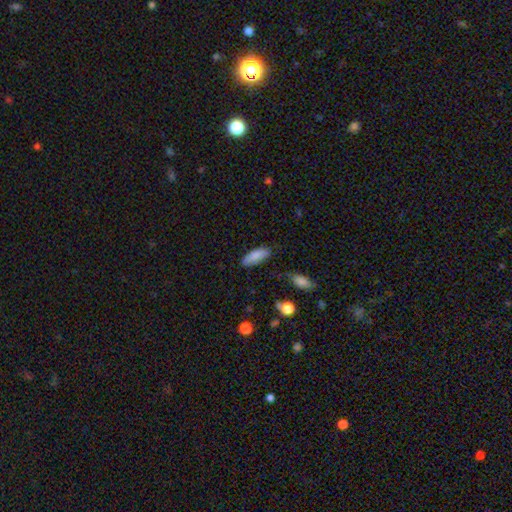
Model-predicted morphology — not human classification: Overall: smooth (84%). How rounded: in between (74%). Merging: none (77%).